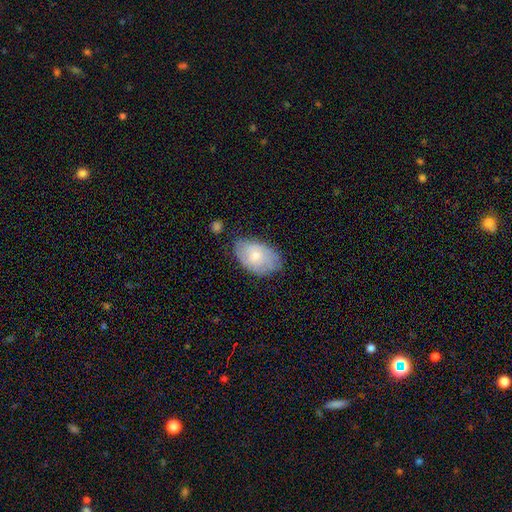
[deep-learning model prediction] A featured or disk galaxy (48%).

Vote fractions:
- Smooth or featured? featured or disk: 48% / smooth: 46% / star or artifact: 7%
- Merging? none: 68% / minor disturbance: 24% / major disturbance: 6% / merger: 2%